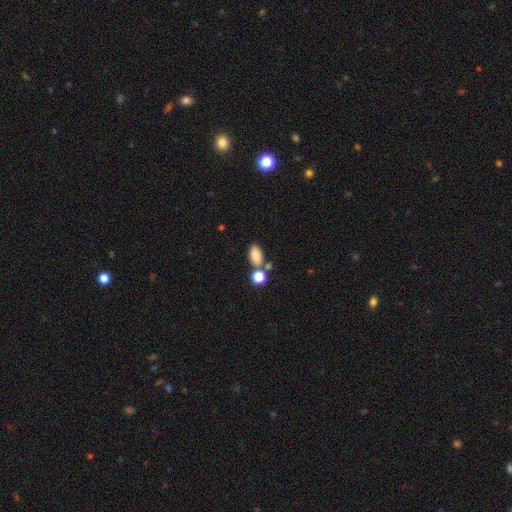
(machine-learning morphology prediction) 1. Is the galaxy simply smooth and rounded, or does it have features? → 84% smooth, 10% star or artifact, 6% featured or disk.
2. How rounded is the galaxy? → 89% in between, 9% round, 2% cigar-shaped.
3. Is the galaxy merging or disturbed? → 60% none, 23% merger, 12% minor disturbance, 4% major disturbance.